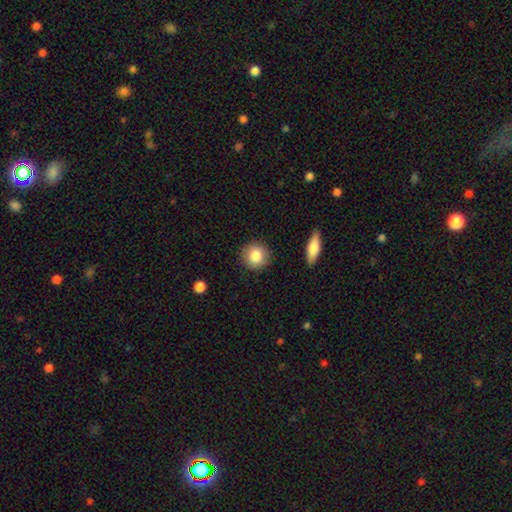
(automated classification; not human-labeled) Smooth or featured? smooth (84%)
How rounded? round (91%)
Merging? none (89%)